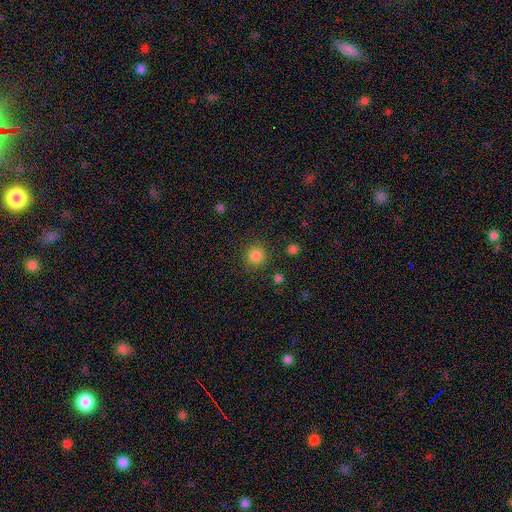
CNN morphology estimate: Q: Smooth or featured?
A: smooth (84%); runner-up: star or artifact (12%)
Q: How rounded?
A: round (94%); runner-up: in between (5%)
Q: Merging?
A: none (87%); runner-up: minor disturbance (7%)